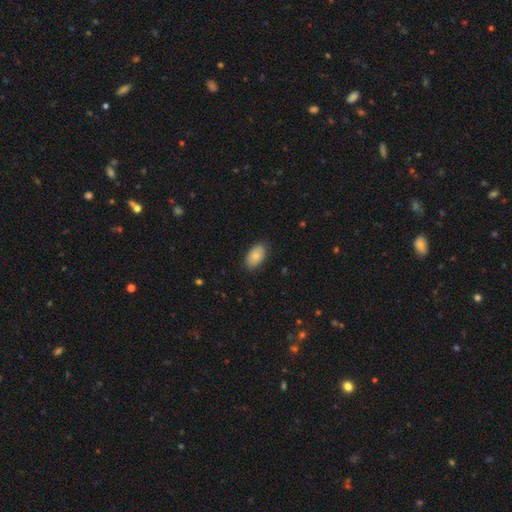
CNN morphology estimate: Smooth or featured? smooth (80%)
How rounded? in between (93%)
Merging? none (84%)